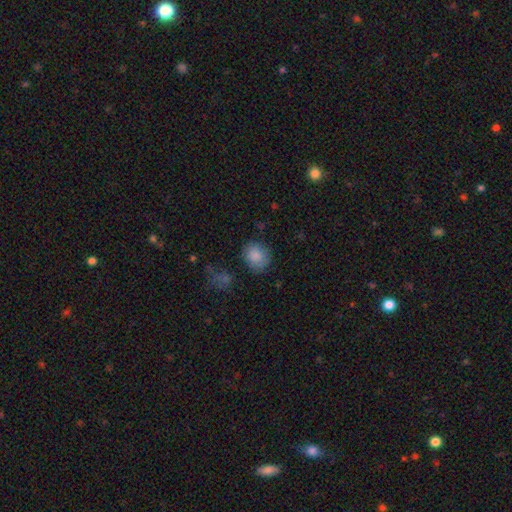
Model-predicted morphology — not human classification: Q: Smooth or featured?
A: smooth (86%); runner-up: star or artifact (8%)
Q: How rounded?
A: round (69%); runner-up: in between (30%)
Q: Merging?
A: none (78%); runner-up: minor disturbance (15%)